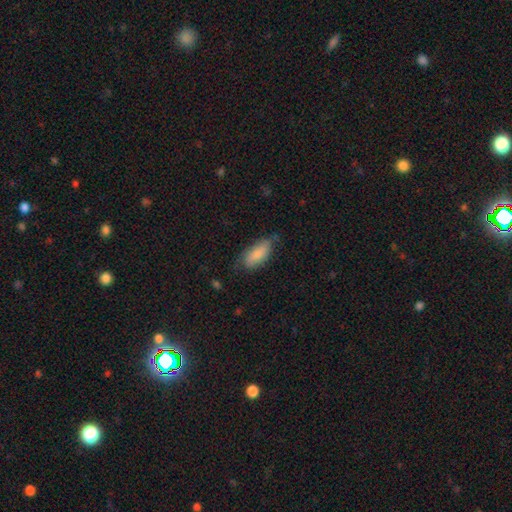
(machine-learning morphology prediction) A smooth galaxy with no disk features (78%) that is in between round and cigar-shaped (80%). Merging: none (66%).